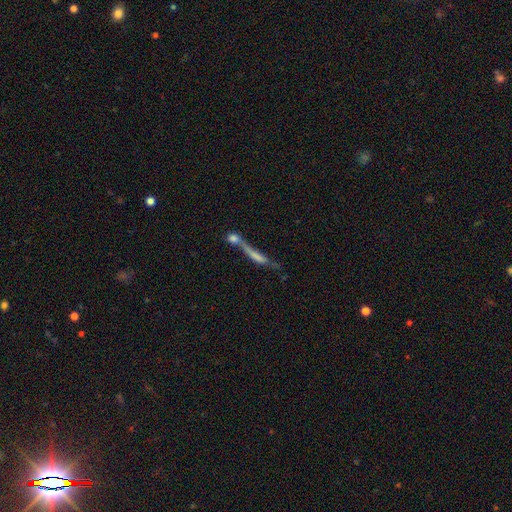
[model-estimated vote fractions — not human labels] Morphology: type=smooth (48%); merging=merger (55%).